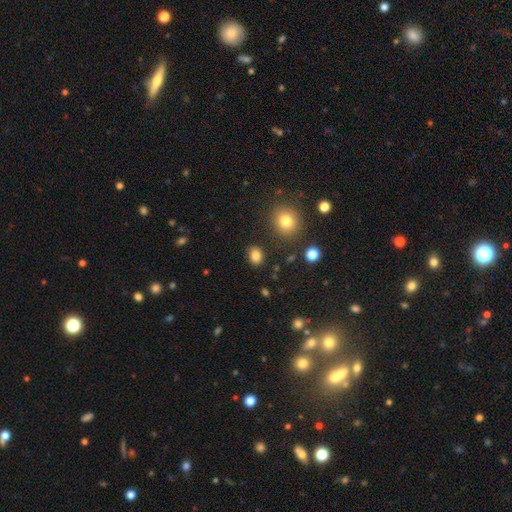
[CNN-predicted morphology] smooth 83%, star or artifact 11%, featured or disk 5%. Down the decision tree: how rounded — in between (55%); merging — none (86%).